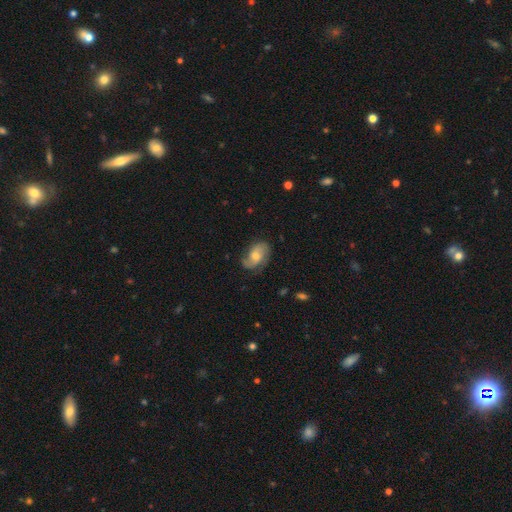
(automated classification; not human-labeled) Q: Smooth or featured?
A: featured or disk (64%); runner-up: smooth (27%)
Q: Edge-on disk?
A: no (96%); runner-up: yes (4%)
Q: Bar?
A: no (64%); runner-up: weak (30%)
Q: Spiral arms?
A: yes (90%); runner-up: no (10%)
Q: Spiral winding?
A: medium (43%); runner-up: loose (31%)
Q: Spiral arm count?
A: 2 (69%); runner-up: can't tell (14%)
Q: Bulge size?
A: moderate (61%); runner-up: small (30%)
Q: Merging?
A: none (69%); runner-up: minor disturbance (22%)